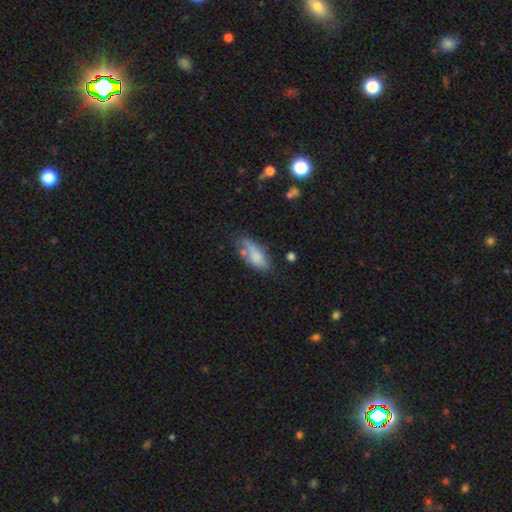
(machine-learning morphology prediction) A smooth galaxy with no disk features (72%) that is in between round and cigar-shaped (75%). Merging: none (47%).